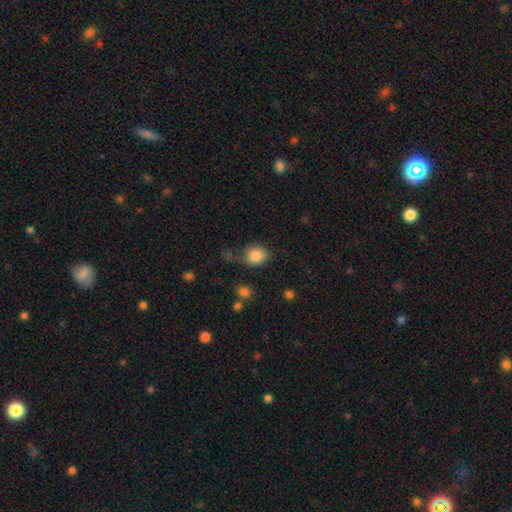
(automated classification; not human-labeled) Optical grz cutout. It shows a smooth galaxy with no disk features (84%) that is round (61%). Merging: none (54%).